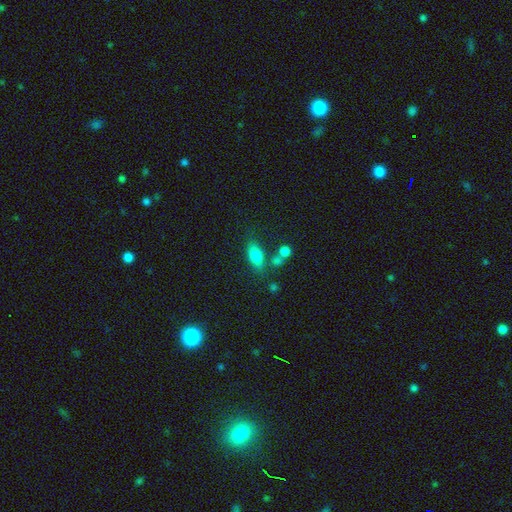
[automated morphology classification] type=smooth (78%); roundness=in between (81%); merging=none (66%).